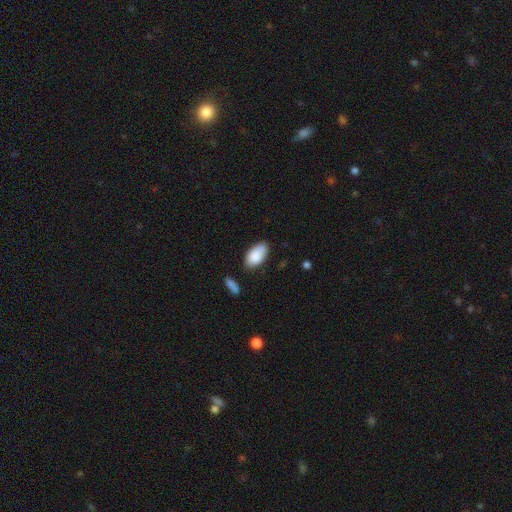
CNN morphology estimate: Smooth or featured? smooth (88%)
How rounded? in between (95%)
Merging? none (75%)